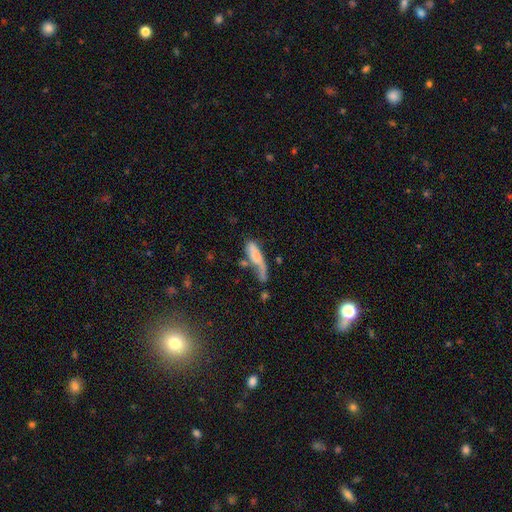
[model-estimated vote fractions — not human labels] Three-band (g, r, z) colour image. It shows a smooth galaxy with no disk features (62%) that is cigar-shaped (59%). Merging: major disturbance (31%).